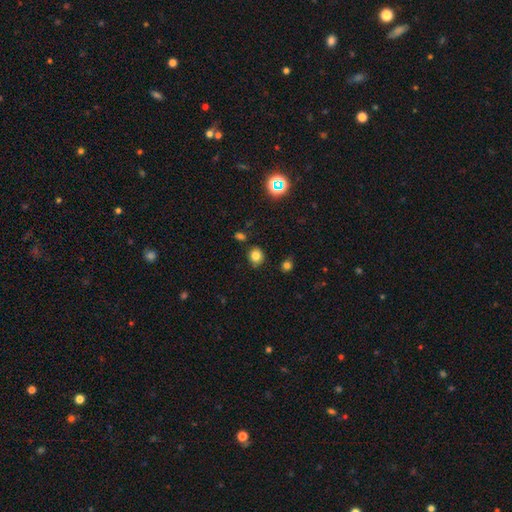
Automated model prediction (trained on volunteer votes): Q: Smooth or featured?
A: smooth (80%); runner-up: star or artifact (14%)
Q: How rounded?
A: round (77%); runner-up: in between (22%)
Q: Merging?
A: none (83%); runner-up: minor disturbance (11%)